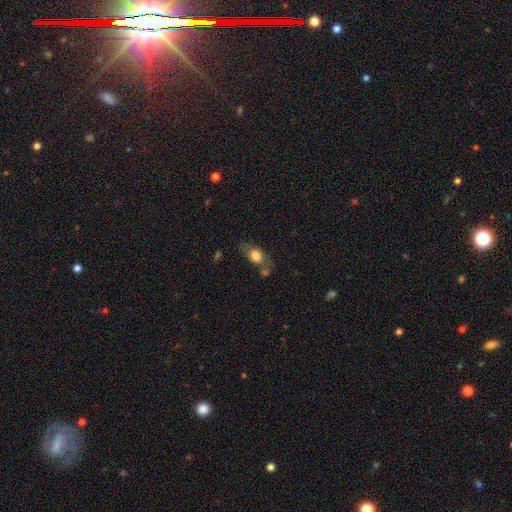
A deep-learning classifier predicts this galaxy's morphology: A smooth galaxy with no disk features (73%) that is in between round and cigar-shaped (74%). Merging: none (53%).